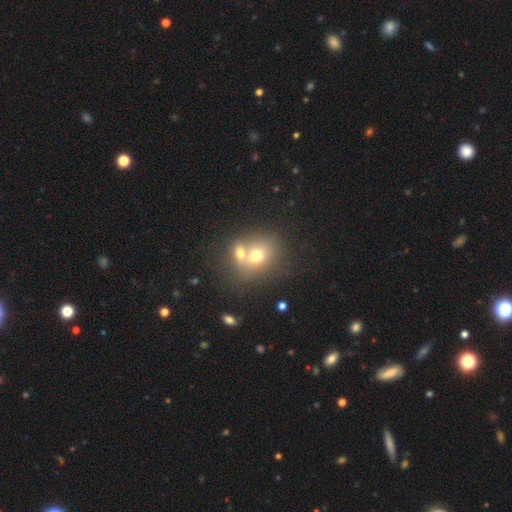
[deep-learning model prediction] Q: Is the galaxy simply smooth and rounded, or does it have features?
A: smooth — 66%.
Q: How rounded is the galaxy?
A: round — 56%.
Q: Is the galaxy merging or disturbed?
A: merger — 52%.